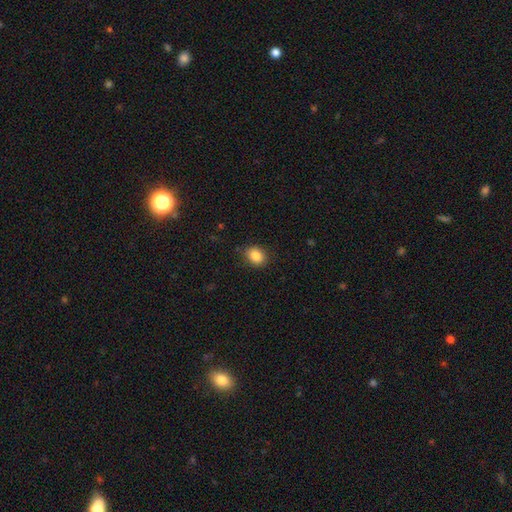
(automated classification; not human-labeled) A smooth galaxy with no disk features (86%) that is in between round and cigar-shaped (58%).

Vote fractions:
- Smooth or featured? smooth: 86% / star or artifact: 9% / featured or disk: 5%
- How rounded? in between: 58% / round: 41% / cigar-shaped: 1%
- Merging? none: 85% / minor disturbance: 11% / major disturbance: 3% / merger: 1%